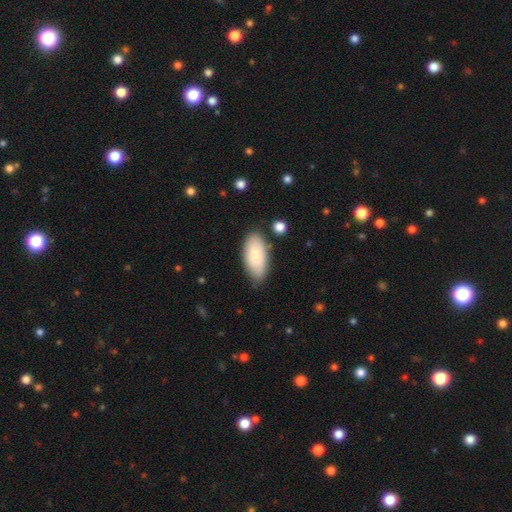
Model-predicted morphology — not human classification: A smooth galaxy with no disk features (81%) that is in between round and cigar-shaped (91%). Merging: none (77%).